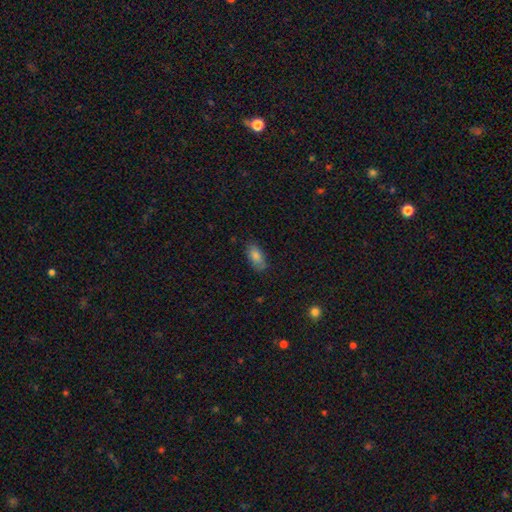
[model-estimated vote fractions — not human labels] Overall: smooth (82%). How rounded: in between (90%). Merging: none (80%).